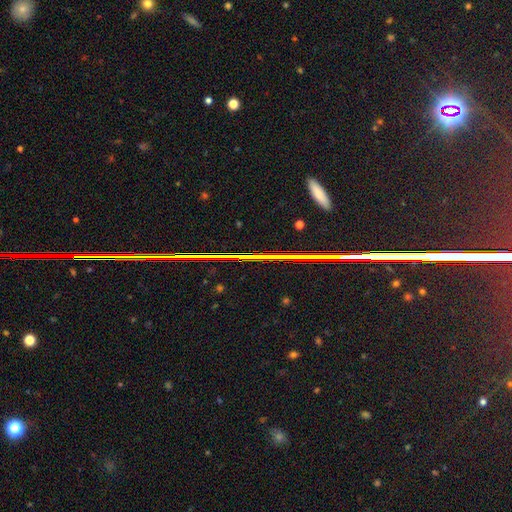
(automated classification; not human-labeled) Smooth or featured: star or artifact — 85% (featured or disk — 8%)